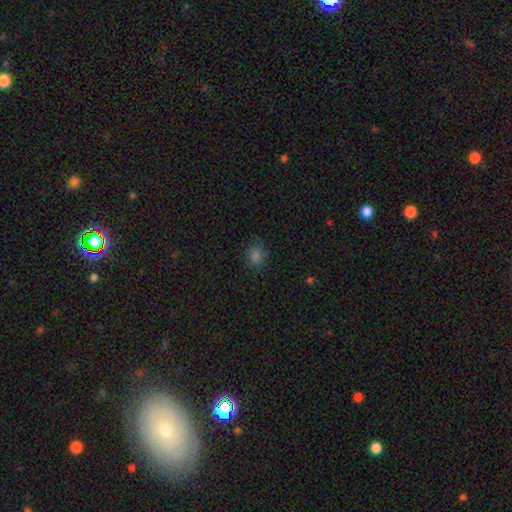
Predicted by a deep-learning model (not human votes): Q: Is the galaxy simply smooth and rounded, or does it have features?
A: smooth — 76%.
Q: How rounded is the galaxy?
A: round — 70%.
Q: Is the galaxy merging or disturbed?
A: none — 81%.